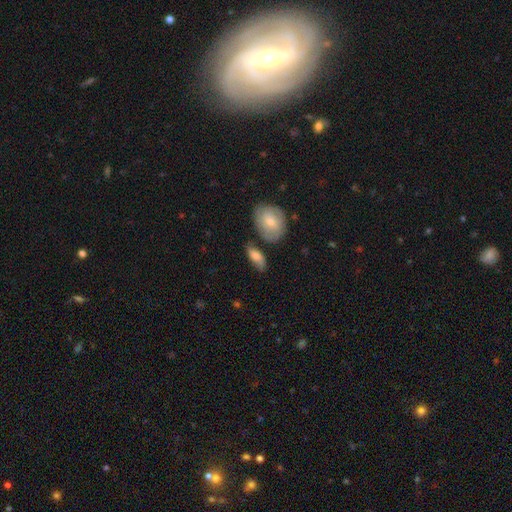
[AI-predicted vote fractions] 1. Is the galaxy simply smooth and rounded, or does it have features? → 64% smooth, 29% featured or disk, 7% star or artifact.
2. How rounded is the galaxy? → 81% in between, 11% cigar-shaped, 8% round.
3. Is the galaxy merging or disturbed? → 56% none, 24% minor disturbance, 11% merger, 9% major disturbance.